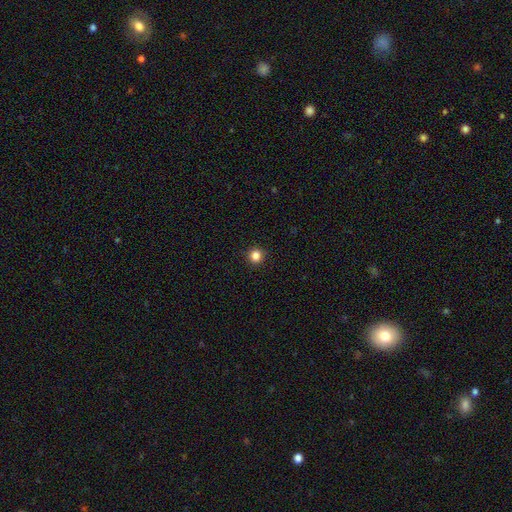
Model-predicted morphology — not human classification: smooth_or_featured: smooth (p=0.84) [alt: star or artifact p=0.12]
how_rounded: round (p=0.95) [alt: in between p=0.04]
merging: none (p=0.94) [alt: minor disturbance p=0.04]